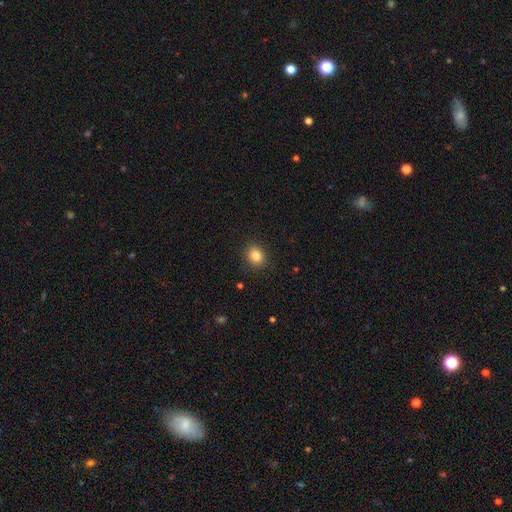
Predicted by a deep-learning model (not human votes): smooth_or_featured: smooth (p=0.84) [alt: star or artifact p=0.10]
how_rounded: round (p=0.62) [alt: in between p=0.37]
merging: none (p=0.90) [alt: minor disturbance p=0.07]